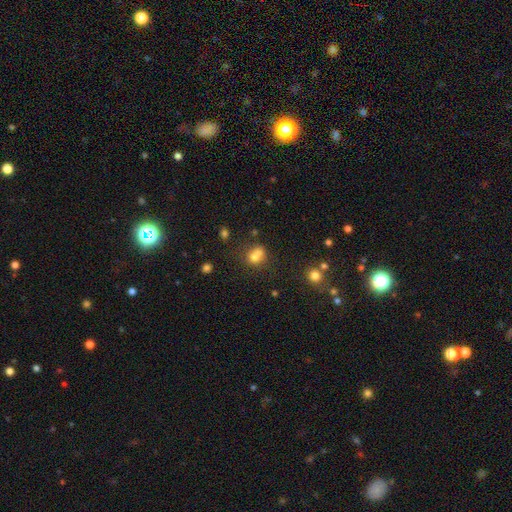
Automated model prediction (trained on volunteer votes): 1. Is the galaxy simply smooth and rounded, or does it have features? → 69% smooth, 17% featured or disk, 14% star or artifact.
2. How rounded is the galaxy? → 70% round, 29% in between, 1% cigar-shaped.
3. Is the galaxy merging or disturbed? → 56% merger, 31% none, 9% minor disturbance, 5% major disturbance.